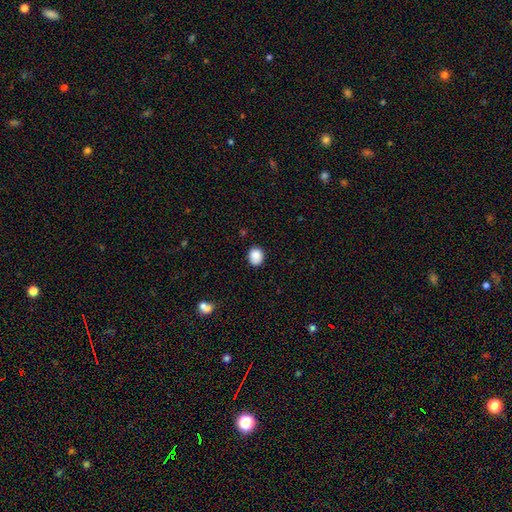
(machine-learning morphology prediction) Smooth or featured? Predicted: smooth (p=0.86). How rounded? Predicted: round (p=0.66). Merging? Predicted: none (p=0.85).